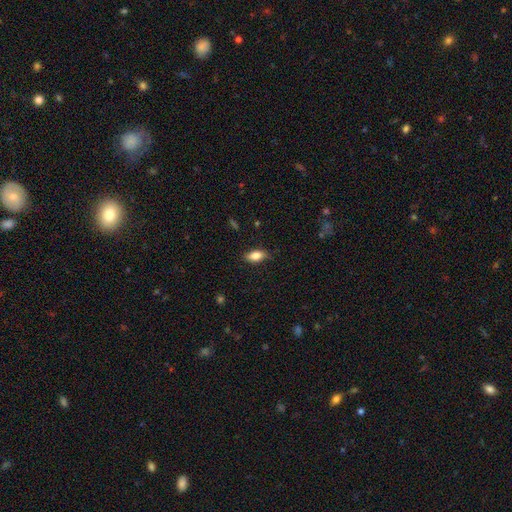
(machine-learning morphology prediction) smooth 80%, featured or disk 12%, star or artifact 8%. Down the decision tree: how rounded — in between (87%); merging — none (82%).